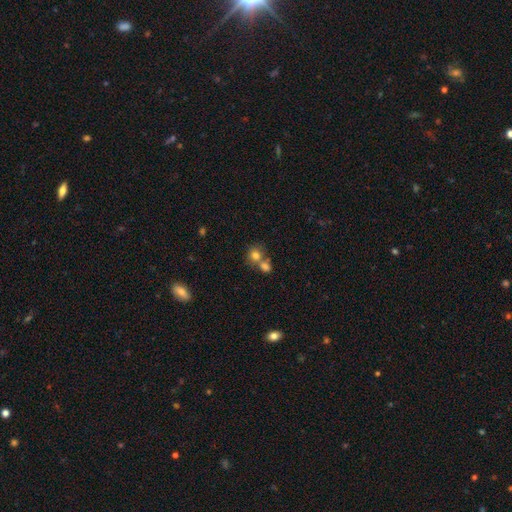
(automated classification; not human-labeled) Q: Smooth or featured?
A: smooth (78%); runner-up: star or artifact (11%)
Q: How rounded?
A: round (76%); runner-up: in between (22%)
Q: Merging?
A: merger (48%); runner-up: none (40%)